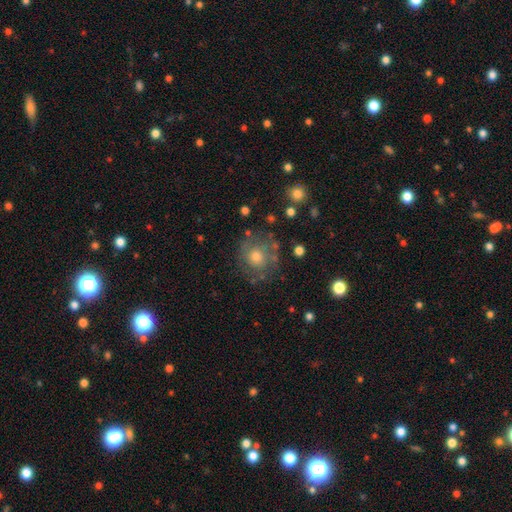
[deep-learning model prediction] Q: Smooth or featured?
A: featured or disk (43%); runner-up: smooth (39%)
Q: Merging?
A: none (74%); runner-up: minor disturbance (15%)